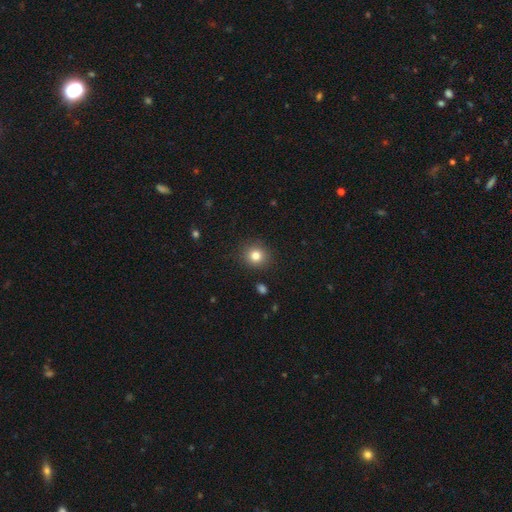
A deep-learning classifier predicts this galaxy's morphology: Smooth or featured?
  - smooth: 81% *
  - star or artifact: 12%
  - featured or disk: 7%
How rounded?
  - round: 86% *
  - in between: 13%
  - cigar-shaped: 1%
Merging?
  - none: 89% *
  - minor disturbance: 7%
  - major disturbance: 2%
  - merger: 1%